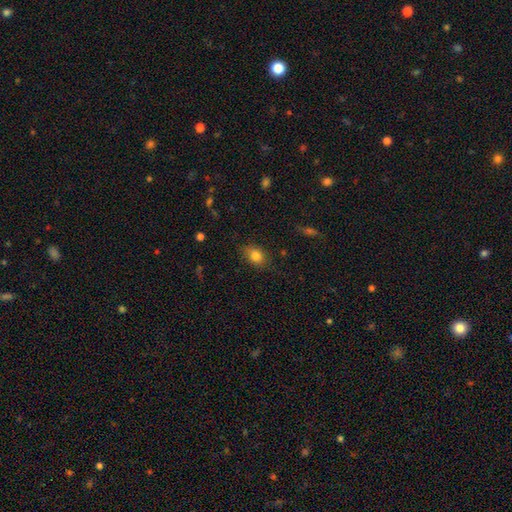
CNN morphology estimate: A smooth galaxy with no disk features (82%) that is in between round and cigar-shaped (66%). Merging: none (78%).